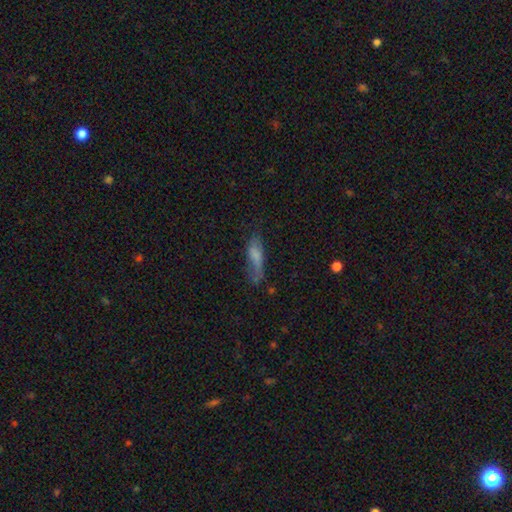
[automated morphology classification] smooth_or_featured: smooth (p=0.66) [alt: featured or disk p=0.25]
how_rounded: cigar-shaped (p=0.57) [alt: in between p=0.40]
merging: none (p=0.49) [alt: minor disturbance p=0.30]